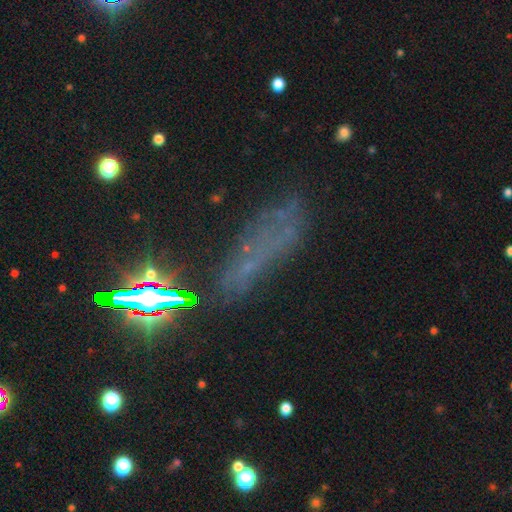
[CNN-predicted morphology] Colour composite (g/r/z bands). It shows a star or artifact, not a galaxy (42%).